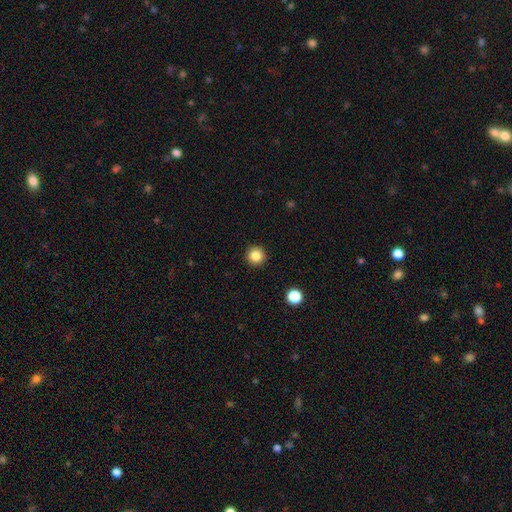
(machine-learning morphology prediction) A smooth galaxy with no disk features (84%) that is round (95%).

Vote fractions:
- Smooth or featured? smooth: 84% / star or artifact: 11% / featured or disk: 5%
- How rounded? round: 95% / in between: 4% / cigar-shaped: 1%
- Merging? none: 93% / minor disturbance: 4% / major disturbance: 2% / merger: 1%